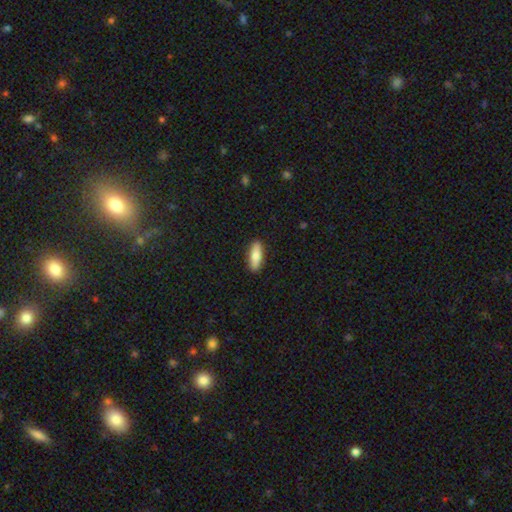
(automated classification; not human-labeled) Q: Smooth or featured?
A: smooth (79%); runner-up: featured or disk (15%)
Q: How rounded?
A: in between (53%); runner-up: cigar-shaped (45%)
Q: Merging?
A: none (90%); runner-up: minor disturbance (8%)